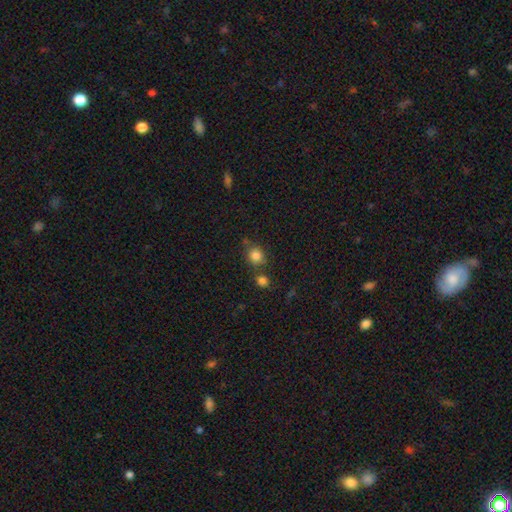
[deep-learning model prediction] Morphology: type=smooth (82%); roundness=round (79%); merging=none (65%).